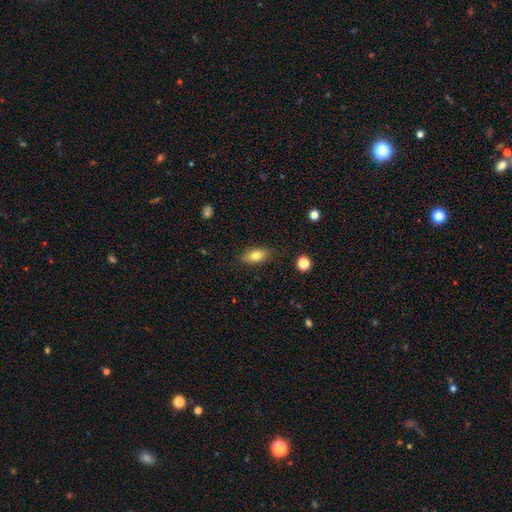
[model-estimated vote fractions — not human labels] Smooth or featured? Predicted: smooth (p=0.78). How rounded? Predicted: in between (p=0.82). Merging? Predicted: none (p=0.85).